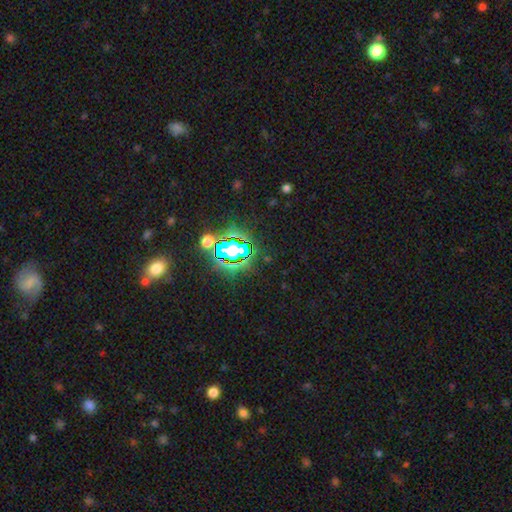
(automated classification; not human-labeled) Smooth or featured? Predicted: star or artifact (p=0.82).